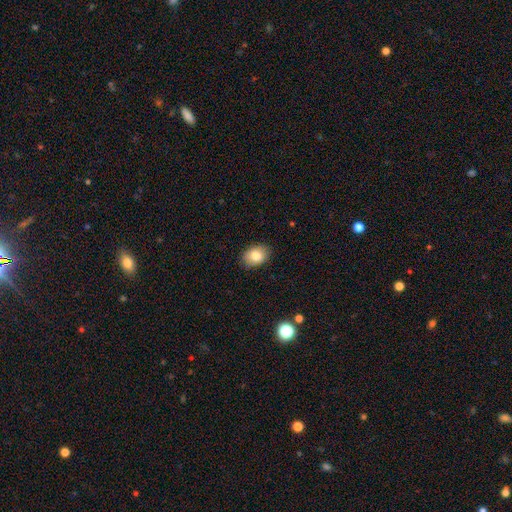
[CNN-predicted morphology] Smooth or featured: smooth — 84% (featured or disk — 9%)
How rounded: in between — 76% (round — 23%)
Merging: none — 86% (minor disturbance — 10%)